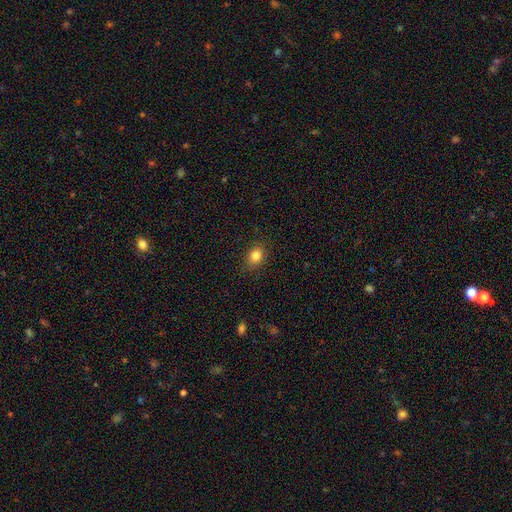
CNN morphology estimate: Smooth or featured? smooth (84%)
How rounded? in between (54%)
Merging? none (86%)